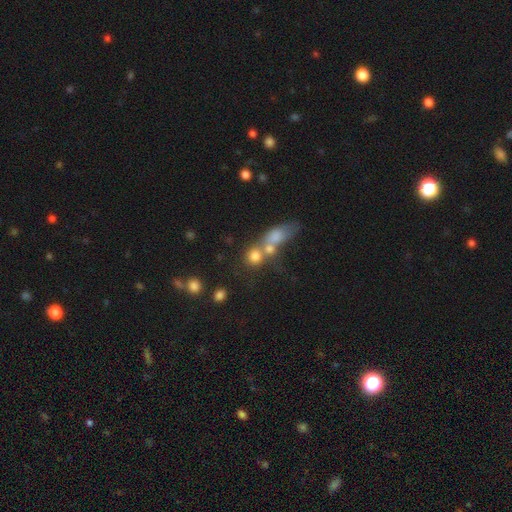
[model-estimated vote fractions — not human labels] The model was most divided on "merging": merger: 45%, none: 38%, minor disturbance: 9%, major disturbance: 7%. More confident: how rounded — round (77%); smooth or featured — smooth (73%).